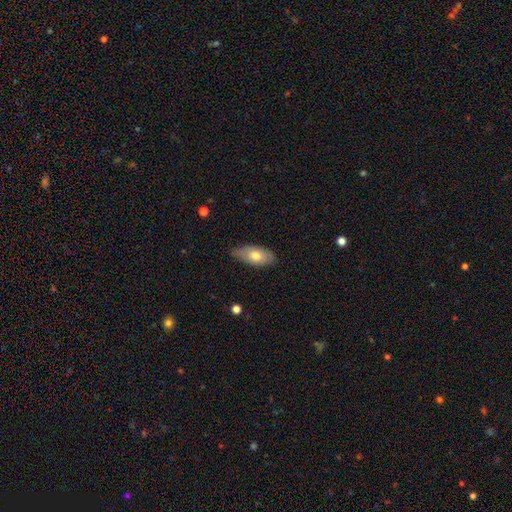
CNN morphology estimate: smooth-or-featured: smooth: 70% | featured or disk: 24% | star or artifact: 6%
  how-rounded: in between: 88% | cigar-shaped: 9% | round: 3%
  merging: none: 77% | minor disturbance: 19% | major disturbance: 3% | merger: 1%